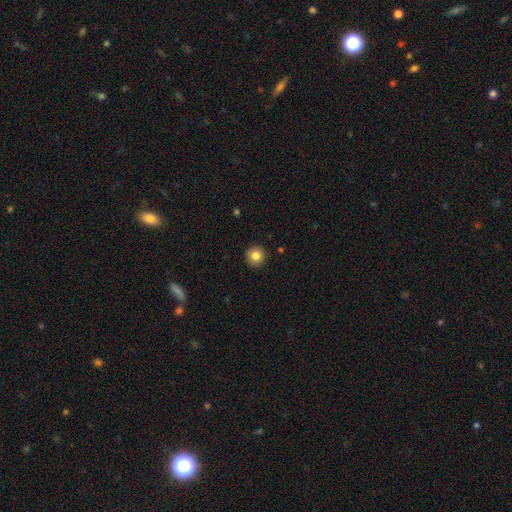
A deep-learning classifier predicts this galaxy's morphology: This appears to be a smooth galaxy with no disk features (84%) that is round (95%). Merging: none (93%).